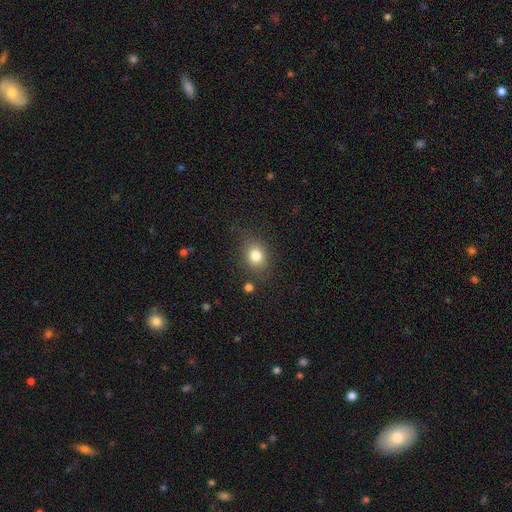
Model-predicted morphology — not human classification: The model was most divided on "how rounded": round: 57%, in between: 42%, cigar-shaped: 1%. More confident: smooth or featured — smooth (80%); merging — none (78%).